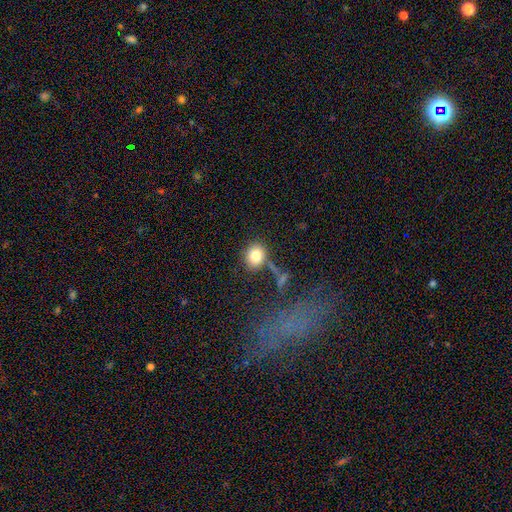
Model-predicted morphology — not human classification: smooth-or-featured: smooth: 80% | star or artifact: 11% | featured or disk: 10%
  how-rounded: round: 66% | in between: 32% | cigar-shaped: 1%
  merging: none: 66% | minor disturbance: 14% | merger: 12% | major disturbance: 7%